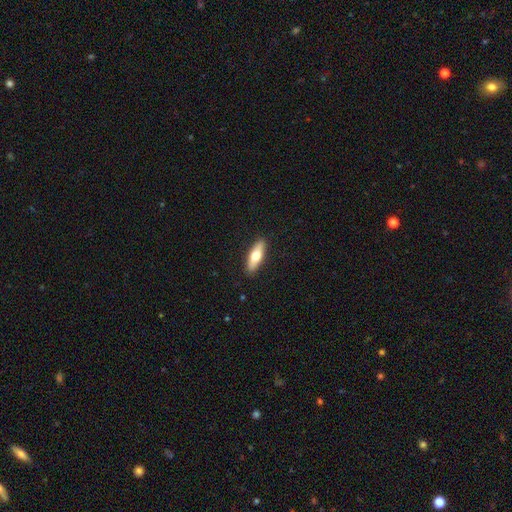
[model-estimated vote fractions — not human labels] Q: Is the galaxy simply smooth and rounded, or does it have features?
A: smooth — 63%.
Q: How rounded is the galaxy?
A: cigar-shaped — 50%.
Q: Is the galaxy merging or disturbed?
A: none — 90%.